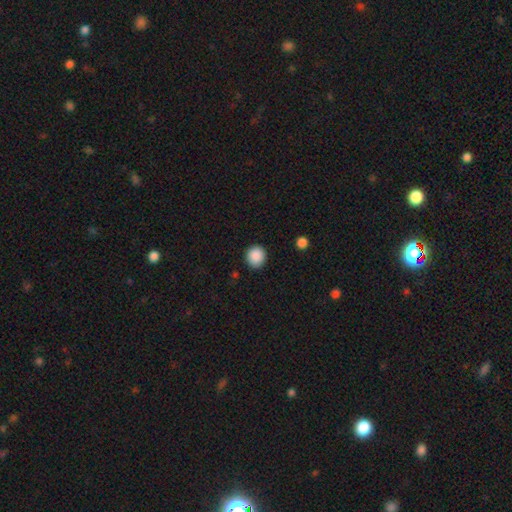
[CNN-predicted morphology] smooth 89%, star or artifact 8%, featured or disk 2%. Down the decision tree: how rounded — round (90%); merging — none (90%).